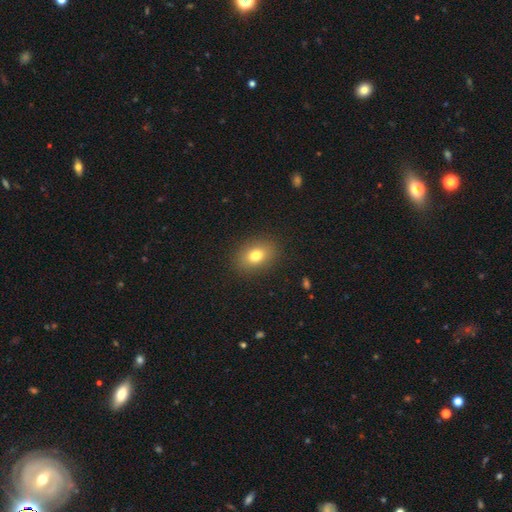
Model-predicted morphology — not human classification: smooth 77%, featured or disk 11%, star or artifact 11%. Down the decision tree: how rounded — in between (71%); merging — none (88%).